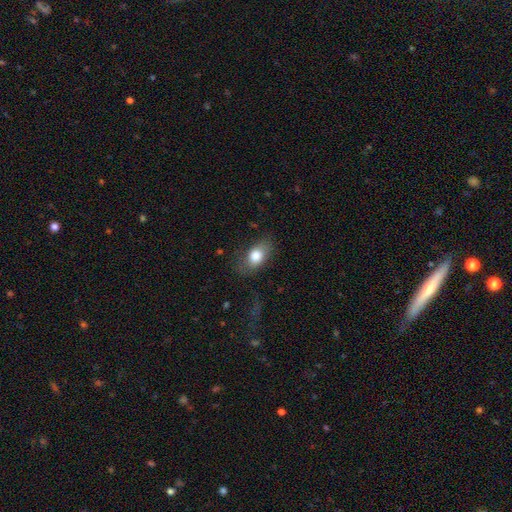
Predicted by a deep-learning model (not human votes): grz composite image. It shows a smooth galaxy with no disk features (80%) that is in between round and cigar-shaped (86%). Merging: none (68%).